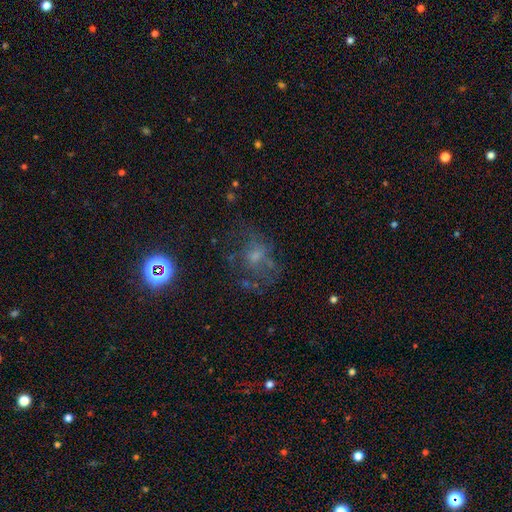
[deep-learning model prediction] Overall: featured or disk (41%; star or artifact 31%). Merging: none (53%; major disturbance 24%).